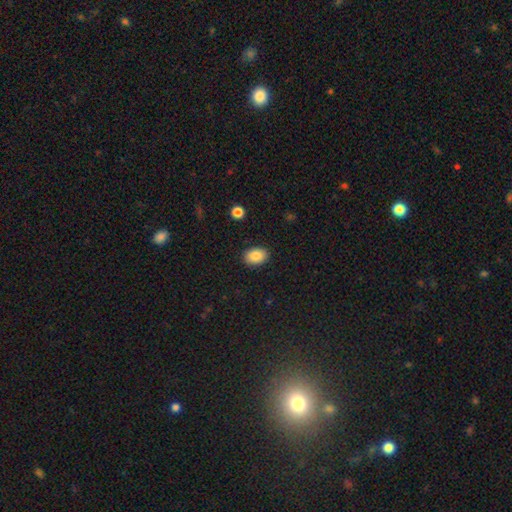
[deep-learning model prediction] This appears to be a smooth galaxy with no disk features (86%) that is in between round and cigar-shaped (79%). Merging: none (88%).